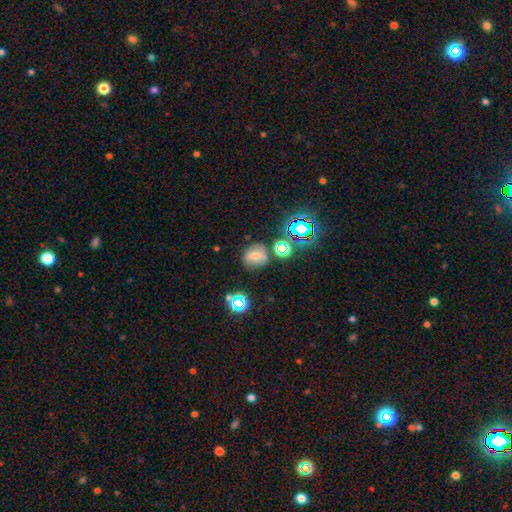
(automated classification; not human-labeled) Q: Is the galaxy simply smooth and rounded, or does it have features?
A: smooth — 48%.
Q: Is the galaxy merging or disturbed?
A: none — 69%.